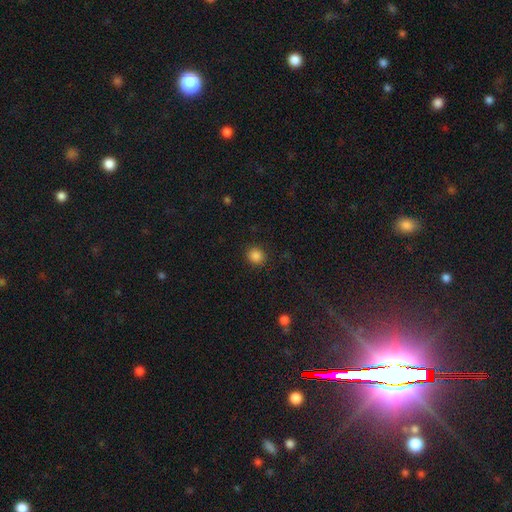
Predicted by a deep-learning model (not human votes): smooth-or-featured: smooth: 85% | star or artifact: 11% | featured or disk: 3%
  how-rounded: round: 85% | in between: 14% | cigar-shaped: 1%
  merging: none: 90% | minor disturbance: 6% | major disturbance: 2% | merger: 1%